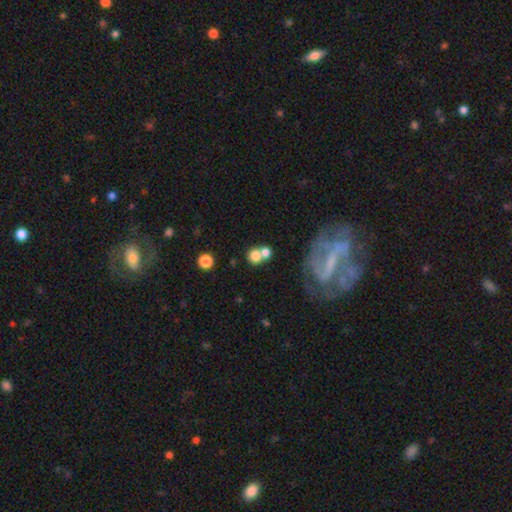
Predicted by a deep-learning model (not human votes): smooth_or_featured: smooth (p=0.75) [alt: featured or disk p=0.14]
how_rounded: round (p=0.82) [alt: in between p=0.17]
merging: merger (p=0.45) [alt: none p=0.42]